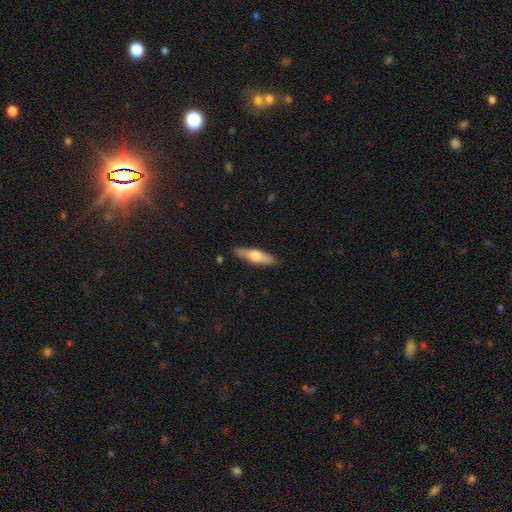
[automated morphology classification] Smooth or featured? smooth (50%)
Merging? none (87%)